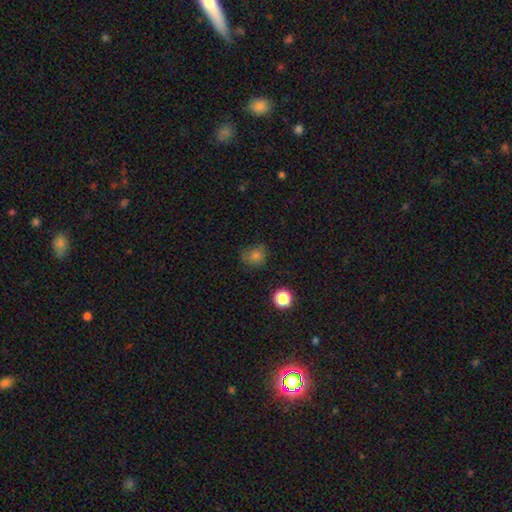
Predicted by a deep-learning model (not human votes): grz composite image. It shows a smooth galaxy with no disk features (72%) that is round (76%). Merging: none (67%).